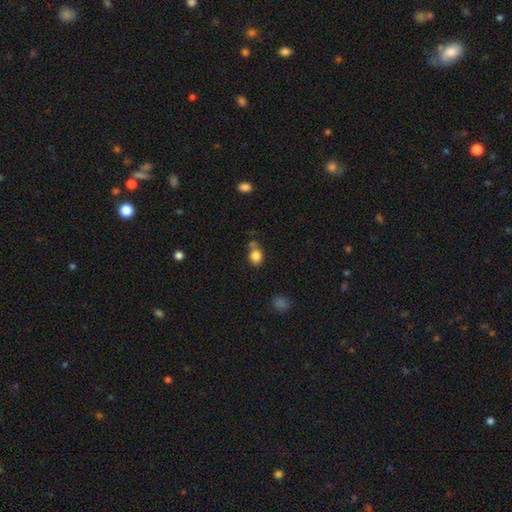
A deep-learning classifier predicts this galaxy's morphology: Overall: smooth (83%). How rounded: round (61%; in between 38%). Merging: none (61%).